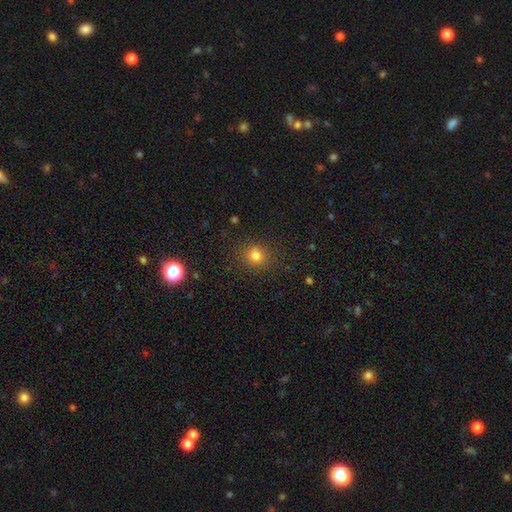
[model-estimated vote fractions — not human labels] Smooth or featured? Predicted: smooth (p=0.78). How rounded? Predicted: round (p=0.83). Merging? Predicted: none (p=0.85).